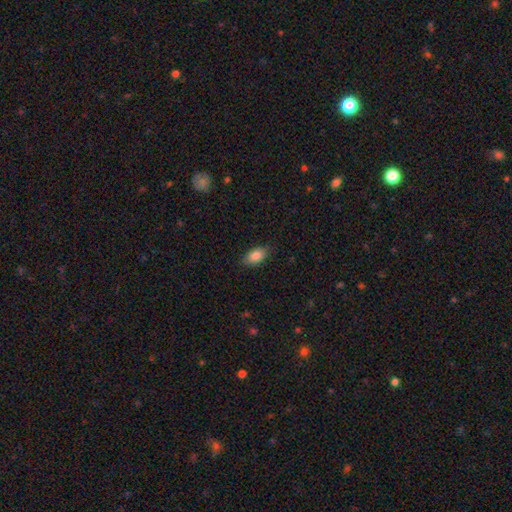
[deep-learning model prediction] Overall: smooth (86%). How rounded: in between (91%). Merging: none (82%).